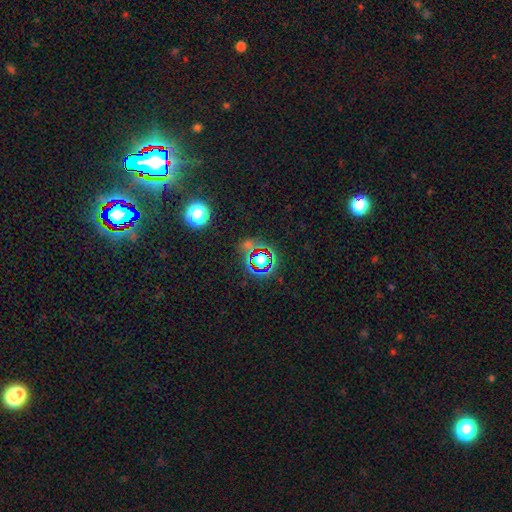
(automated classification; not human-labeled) star or artifact 79%, smooth 12%, featured or disk 9%.